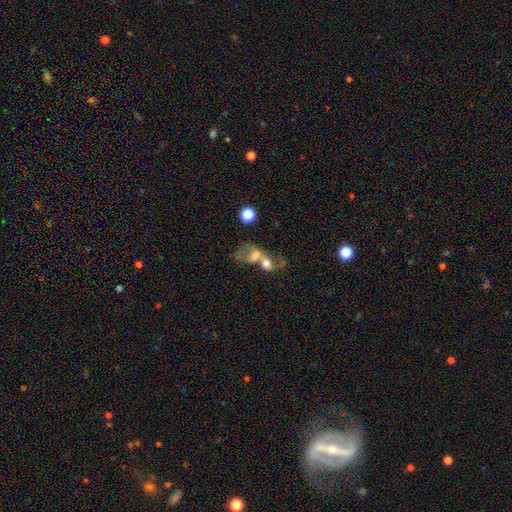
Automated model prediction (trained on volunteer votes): smooth_or_featured: featured or disk (p=0.43) [alt: smooth p=0.41]
merging: merger (p=0.69) [alt: none p=0.13]